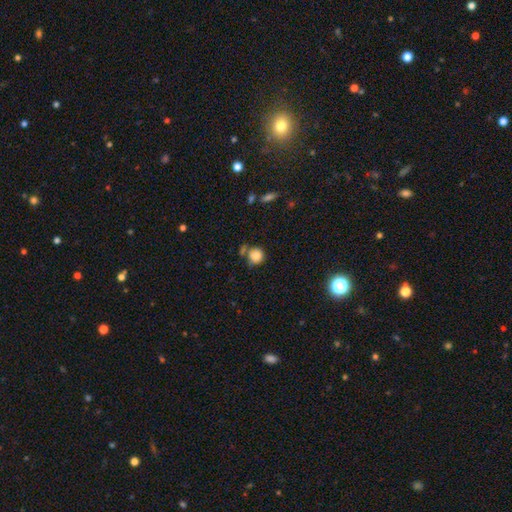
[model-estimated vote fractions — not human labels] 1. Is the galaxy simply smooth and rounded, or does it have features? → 84% smooth, 10% star or artifact, 6% featured or disk.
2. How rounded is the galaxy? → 89% round, 10% in between, 1% cigar-shaped.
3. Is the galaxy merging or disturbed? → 59% none, 19% merger, 16% minor disturbance, 6% major disturbance.